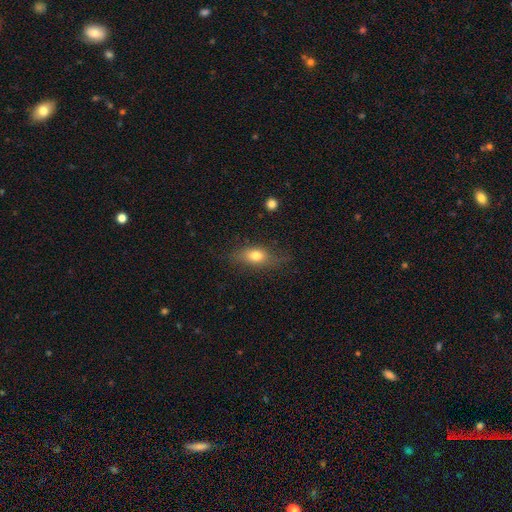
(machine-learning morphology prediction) Smooth or featured: smooth — 74% (featured or disk — 17%)
How rounded: in between — 75% (round — 13%)
Merging: none — 66% (minor disturbance — 22%)